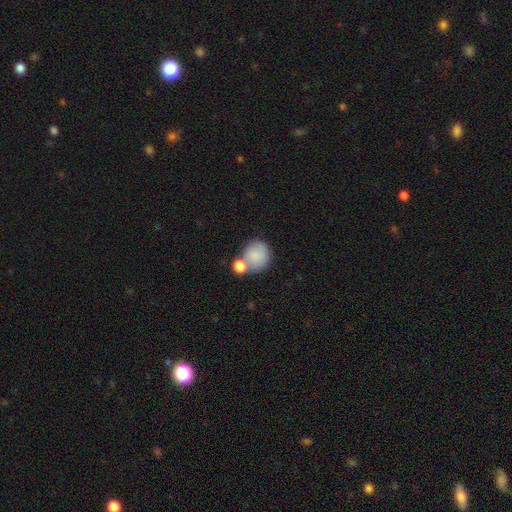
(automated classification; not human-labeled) A smooth galaxy with no disk features (81%) that is round (79%).

Vote fractions:
- Smooth or featured? smooth: 81% / featured or disk: 11% / star or artifact: 8%
- How rounded? round: 79% / in between: 20% / cigar-shaped: 1%
- Merging? none: 44% / merger: 35% / minor disturbance: 14% / major disturbance: 6%